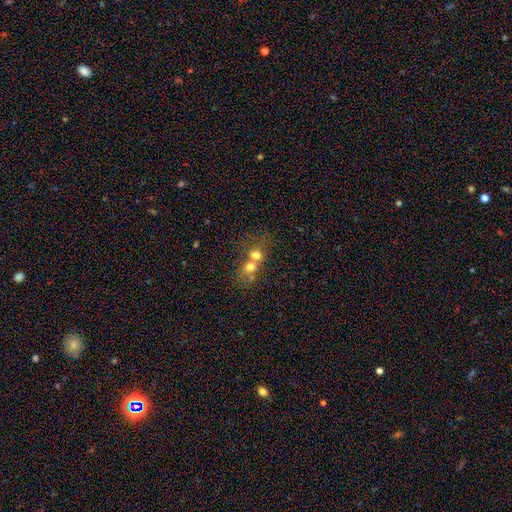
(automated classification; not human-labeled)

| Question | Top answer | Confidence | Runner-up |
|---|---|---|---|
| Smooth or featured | smooth | 66% | featured or disk (20%) |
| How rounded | round | 64% | in between (34%) |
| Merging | merger | 69% | none (22%) |